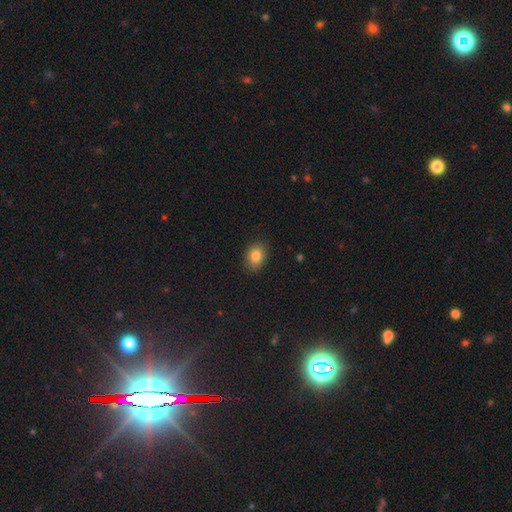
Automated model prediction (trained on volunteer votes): Morphology: type=smooth (85%); roundness=in between (75%); merging=none (86%).